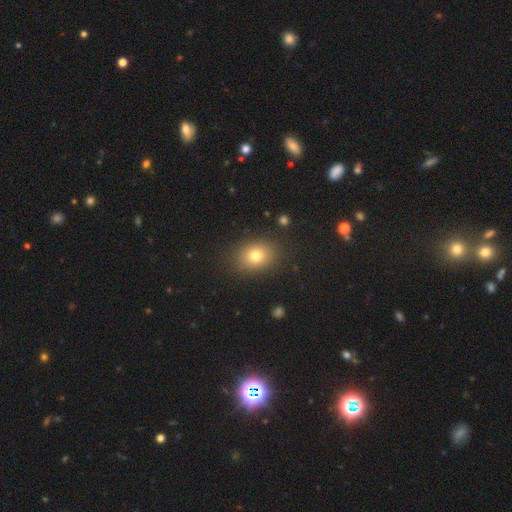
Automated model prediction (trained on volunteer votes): Smooth or featured?
  - smooth: 77% *
  - star or artifact: 12%
  - featured or disk: 10%
How rounded?
  - in between: 54% *
  - round: 45%
  - cigar-shaped: 1%
Merging?
  - none: 86% *
  - minor disturbance: 9%
  - major disturbance: 4%
  - merger: 1%